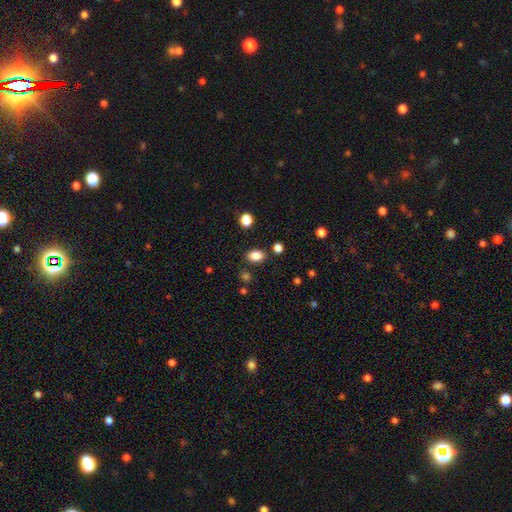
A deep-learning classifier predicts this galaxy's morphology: smooth 85%, star or artifact 11%, featured or disk 4%. Down the decision tree: how rounded — in between (81%); merging — none (84%).